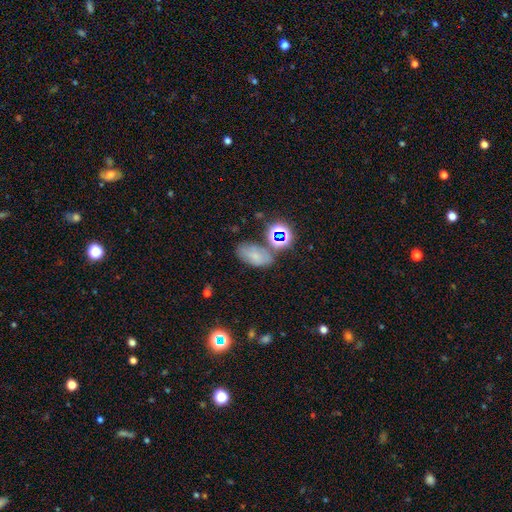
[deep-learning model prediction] This appears to be a smooth galaxy with no disk features (55%) that is in between round and cigar-shaped (87%). Merging: none (57%).